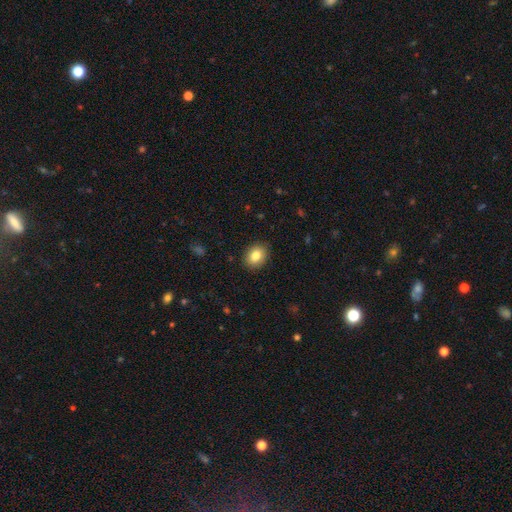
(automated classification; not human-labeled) This appears to be a smooth galaxy with no disk features (83%) that is in between round and cigar-shaped (53%). Merging: none (89%).